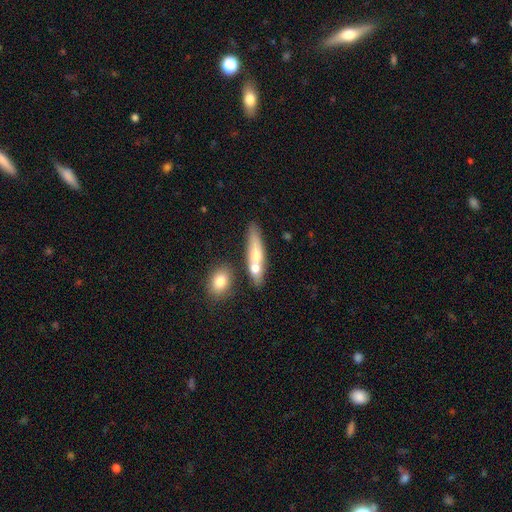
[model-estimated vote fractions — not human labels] Morphology: type=smooth (57%); roundness=cigar-shaped (68%); merging=none (52%).